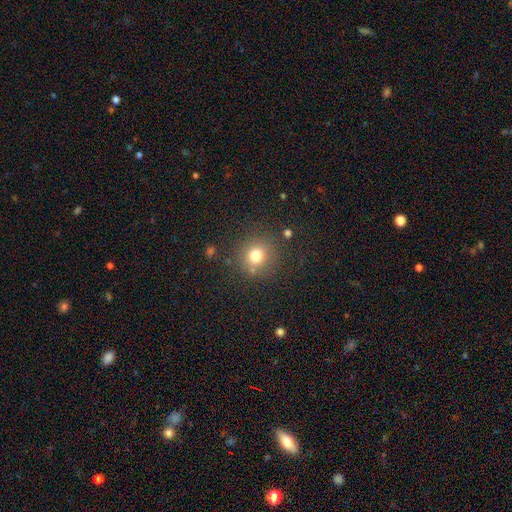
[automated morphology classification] Smooth or featured? Predicted: smooth (p=0.76). How rounded? Predicted: round (p=0.90). Merging? Predicted: none (p=0.82).